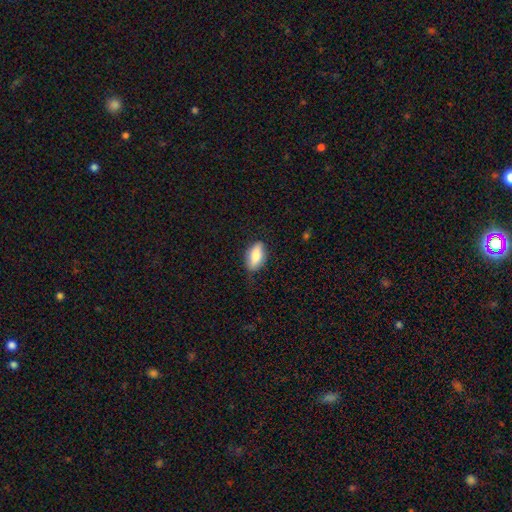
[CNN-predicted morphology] This appears to be a smooth galaxy with no disk features (81%) that is in between round and cigar-shaped (88%). Merging: none (79%).